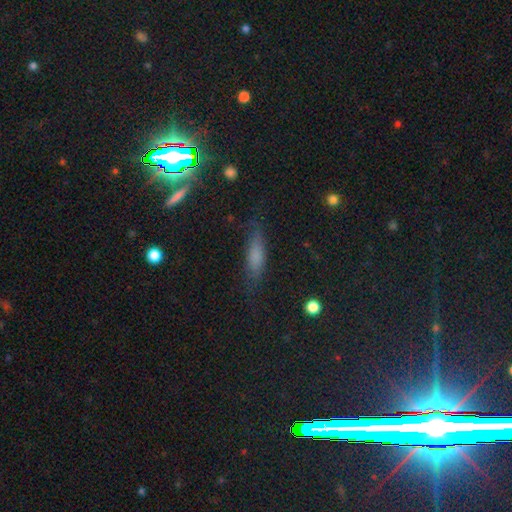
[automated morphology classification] Smooth or featured? Predicted: smooth (p=0.67). How rounded? Predicted: cigar-shaped (p=0.58). Merging? Predicted: none (p=0.72).